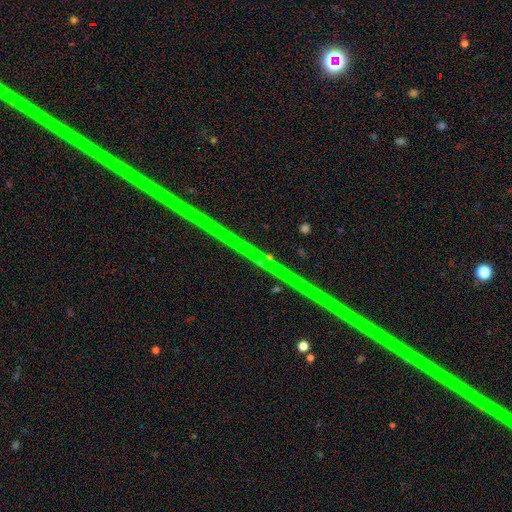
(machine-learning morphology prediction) Overall: star or artifact (89%).